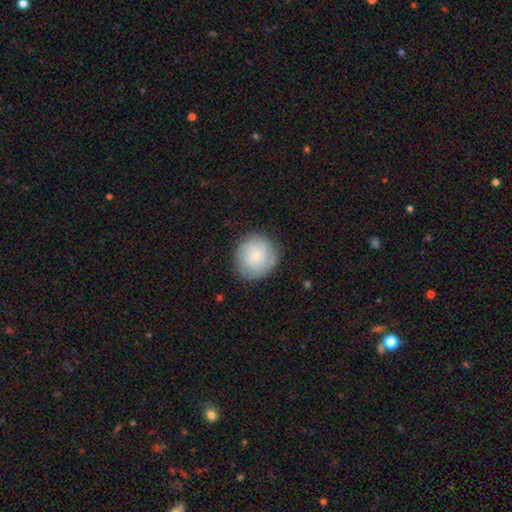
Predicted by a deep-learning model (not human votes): smooth_or_featured: smooth (p=0.67) [alt: featured or disk p=0.26]
how_rounded: round (p=0.86) [alt: in between p=0.13]
merging: none (p=0.82) [alt: minor disturbance p=0.13]